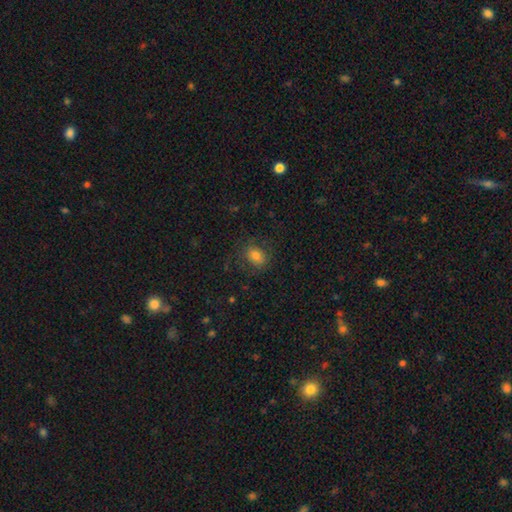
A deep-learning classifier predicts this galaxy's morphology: Smooth or featured? Predicted: smooth (p=0.78). How rounded? Predicted: in between (p=0.61). Merging? Predicted: none (p=0.78).